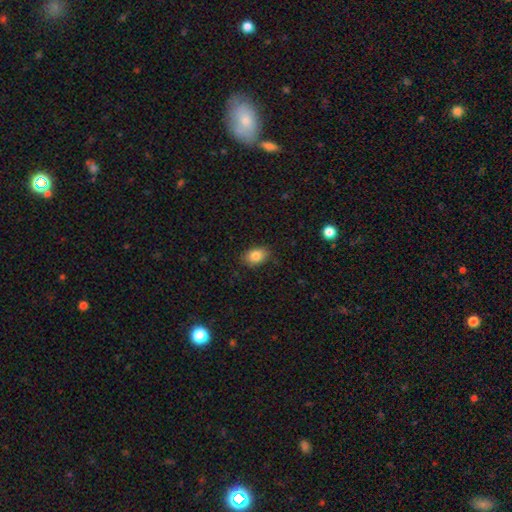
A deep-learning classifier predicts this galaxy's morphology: Overall: smooth (84%). How rounded: in between (77%). Merging: none (83%).